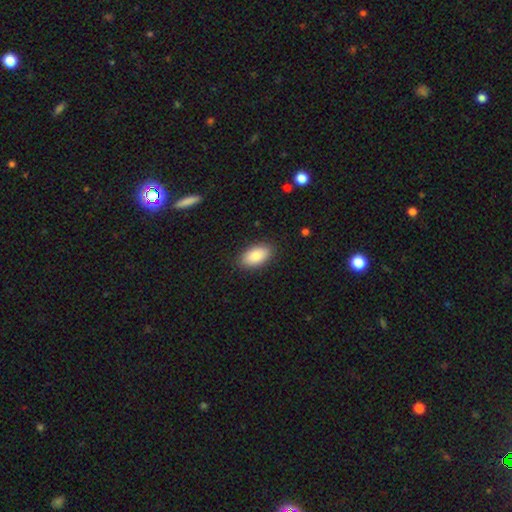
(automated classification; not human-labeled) A smooth galaxy with no disk features (86%) that is in between round and cigar-shaped (94%). Merging: none (88%).